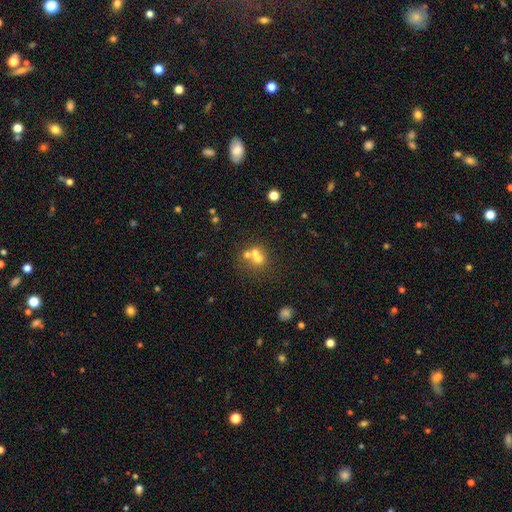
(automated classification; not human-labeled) Smooth or featured? Predicted: smooth (p=0.56). How rounded? Predicted: round (p=0.74). Merging? Predicted: merger (p=0.56).